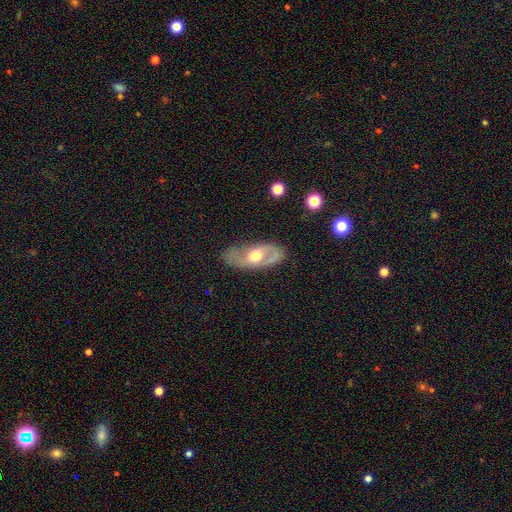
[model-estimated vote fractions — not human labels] Smooth or featured? Predicted: featured or disk (p=0.68). Edge-on disk? Predicted: no (p=0.83). Bar? Predicted: no (p=0.69). Spiral arms? Predicted: yes (p=0.57). Bulge size? Predicted: moderate (p=0.62). Merging? Predicted: none (p=0.76).